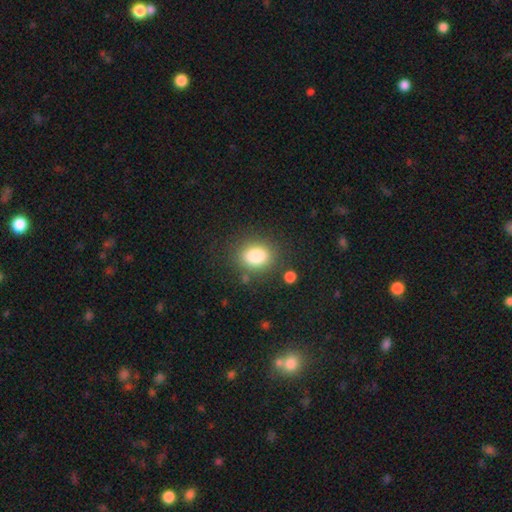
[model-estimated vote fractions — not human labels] Morphology: type=smooth (83%); roundness=in between (52%); merging=none (80%).